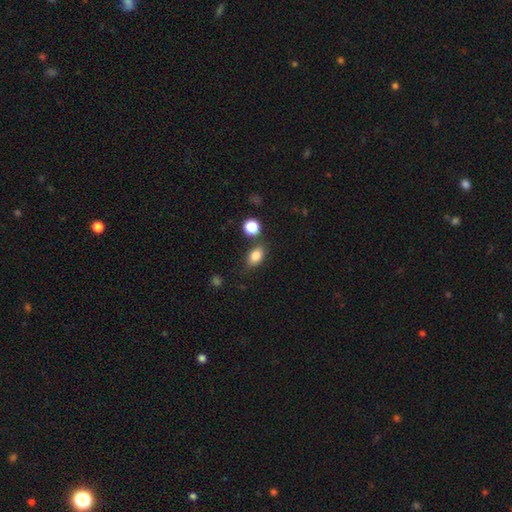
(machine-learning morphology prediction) type=smooth (83%); roundness=in between (81%); merging=none (75%).